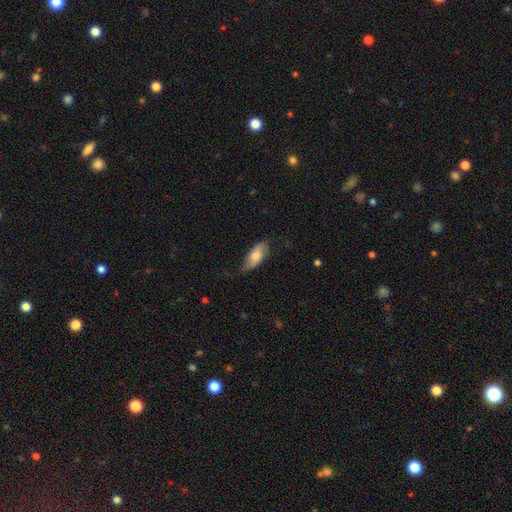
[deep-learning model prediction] The model was most divided on "smooth or featured": smooth: 57%, featured or disk: 37%, star or artifact: 6%. More confident: how rounded — in between (82%); merging — none (69%).